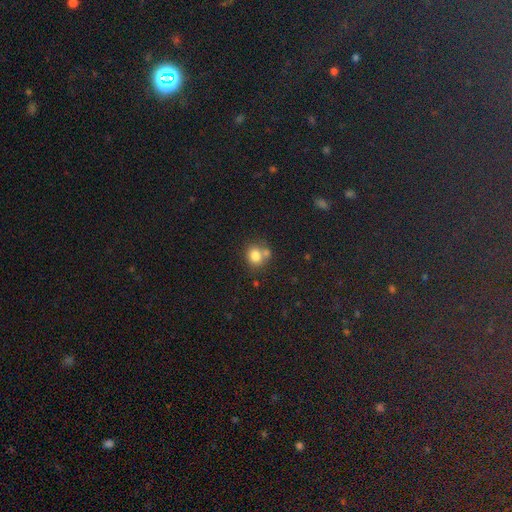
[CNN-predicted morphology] Smooth or featured?
  - smooth: 80% *
  - star or artifact: 11%
  - featured or disk: 9%
How rounded?
  - round: 69% *
  - in between: 30%
  - cigar-shaped: 1%
Merging?
  - none: 50% *
  - merger: 35%
  - minor disturbance: 11%
  - major disturbance: 4%